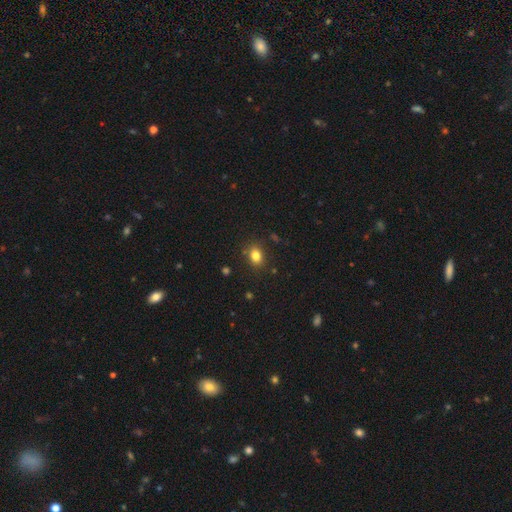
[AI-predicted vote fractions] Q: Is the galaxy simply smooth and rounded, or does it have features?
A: smooth — 82%.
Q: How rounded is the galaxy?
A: in between — 62%.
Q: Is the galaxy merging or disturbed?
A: none — 84%.